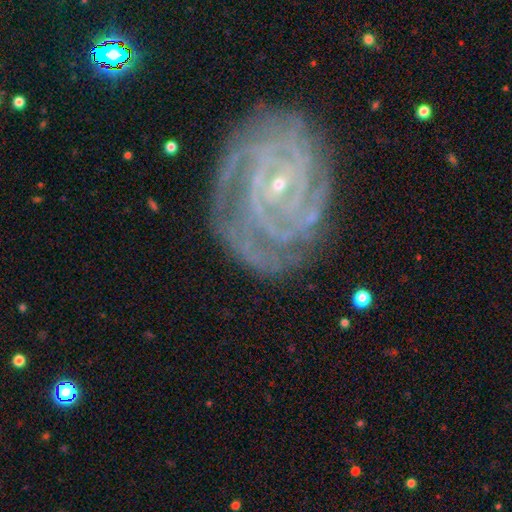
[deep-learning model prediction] smooth-or-featured: featured or disk: 89% | star or artifact: 6% | smooth: 4%
  disk-edge-on: no: 97% | yes: 3%
    bar: no: 46% | weak: 36% | strong: 18%
    has-spiral-arms: yes: 98% | no: 2%
      spiral-winding: tight: 79% | medium: 18% | loose: 3%
      spiral-arm-count: 4: 24% | 3: 23% | can't tell: 18% | 2: 17% | more than 4: 11% | 1: 7%
    bulge-size: small: 83% | moderate: 13% | none: 2% | large: 1% | dominant: 1%
  merging: none: 75% | minor disturbance: 17% | major disturbance: 6% | merger: 2%